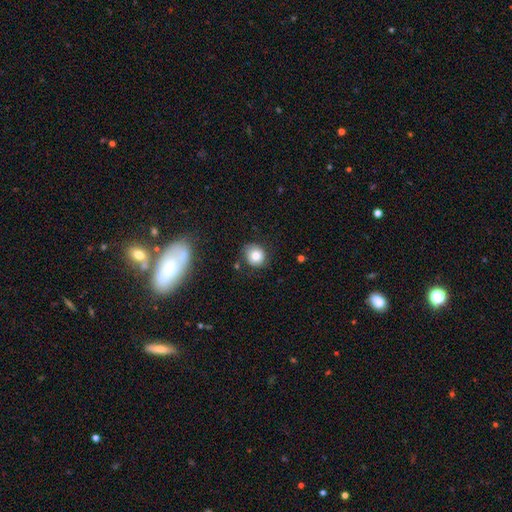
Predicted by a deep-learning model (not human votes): smooth-or-featured: smooth: 79% | star or artifact: 10% | featured or disk: 10%
  how-rounded: round: 79% | in between: 20% | cigar-shaped: 1%
  merging: none: 77% | minor disturbance: 17% | major disturbance: 4% | merger: 3%